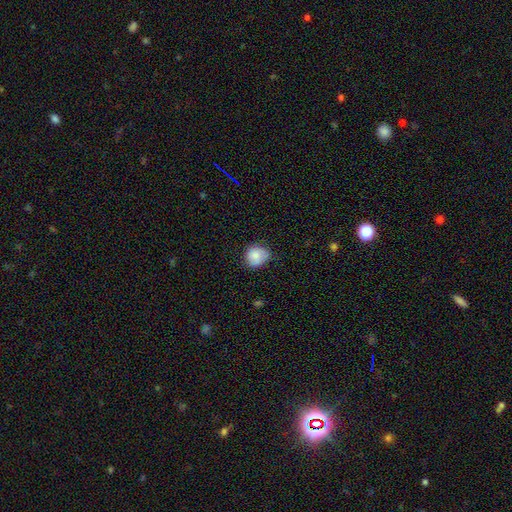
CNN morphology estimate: Smooth or featured? smooth (80%)
How rounded? round (73%)
Merging? none (57%)